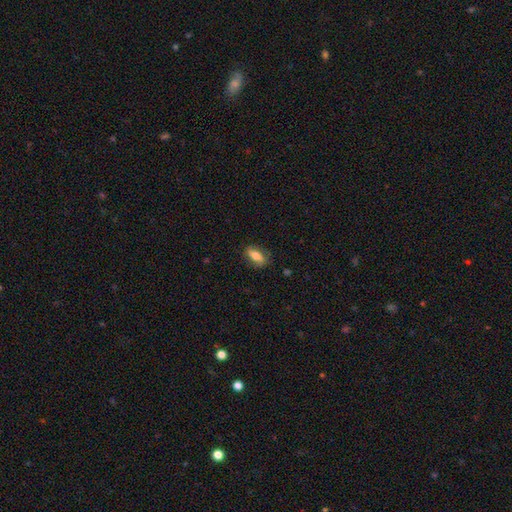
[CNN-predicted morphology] This appears to be a smooth galaxy with no disk features (68%) that is in between round and cigar-shaped (80%). Merging: none (77%).